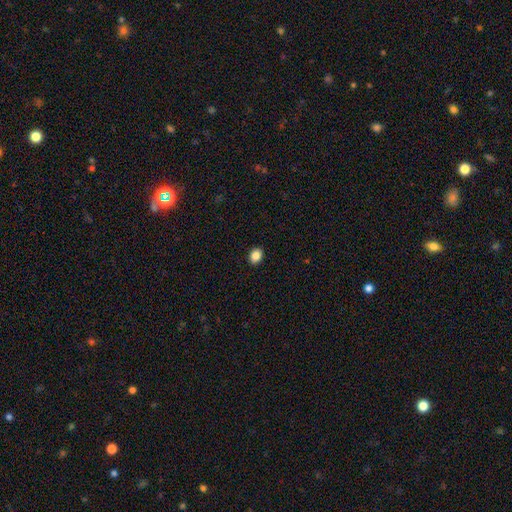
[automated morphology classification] smooth_or_featured: smooth (p=0.87) [alt: star or artifact p=0.09]
how_rounded: in between (p=0.61) [alt: round p=0.38]
merging: none (p=0.91) [alt: minor disturbance p=0.06]